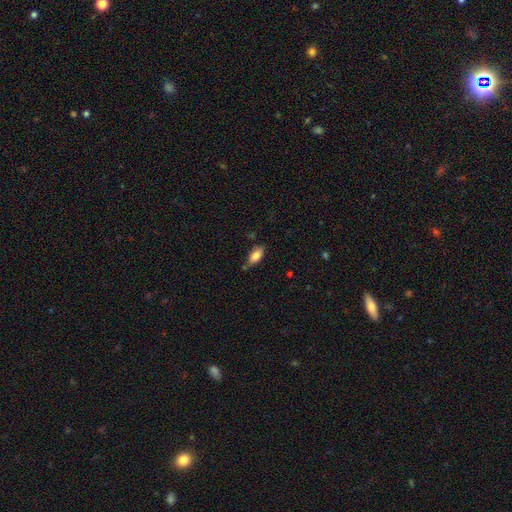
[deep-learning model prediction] Smooth or featured? smooth (82%)
How rounded? in between (87%)
Merging? none (67%)